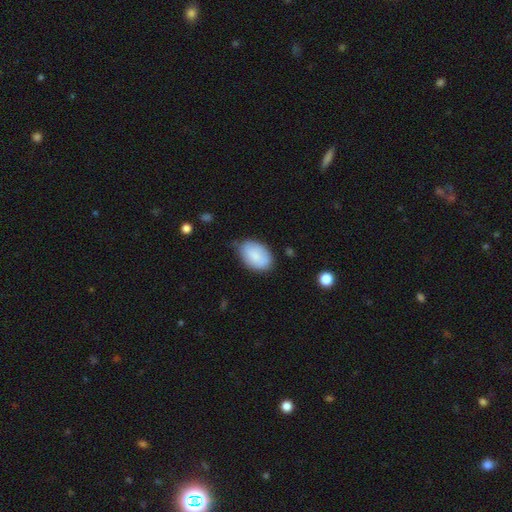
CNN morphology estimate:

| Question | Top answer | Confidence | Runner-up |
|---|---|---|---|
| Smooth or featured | smooth | 82% | featured or disk (12%) |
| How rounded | in between | 90% | round (9%) |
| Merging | none | 63% | minor disturbance (29%) |